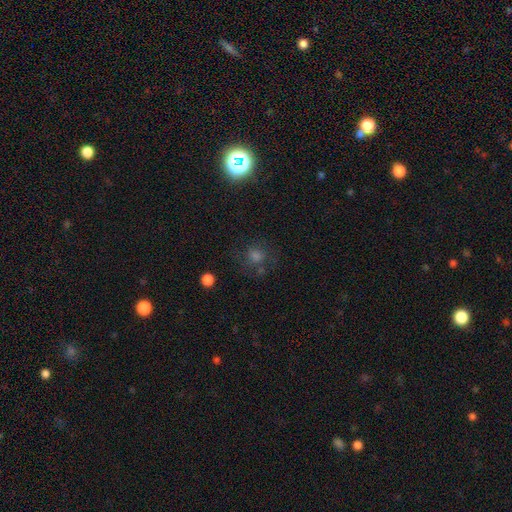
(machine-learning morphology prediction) smooth 48%, star or artifact 36%, featured or disk 16%. Down the decision tree: merging — none (69%).